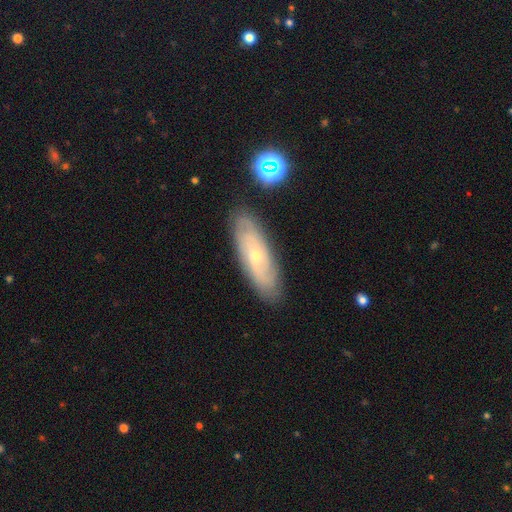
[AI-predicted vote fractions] Smooth or featured?
  - featured or disk: 67% *
  - smooth: 25%
  - star or artifact: 8%
Edge-on disk?
  - no: 82% *
  - yes: 18%
Bar?
  - no: 77% *
  - weak: 20%
  - strong: 4%
Spiral arms?
  - yes: 82% *
  - no: 18%
Bulge size?
  - small: 68% *
  - moderate: 29%
  - large: 1%
  - none: 1%
  - dominant: 1%
Merging?
  - none: 83% *
  - minor disturbance: 12%
  - major disturbance: 3%
  - merger: 2%